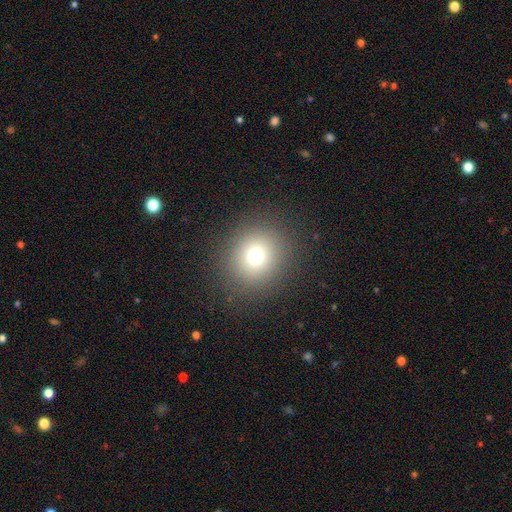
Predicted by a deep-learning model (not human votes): Smooth or featured? smooth (70%)
How rounded? round (91%)
Merging? none (89%)